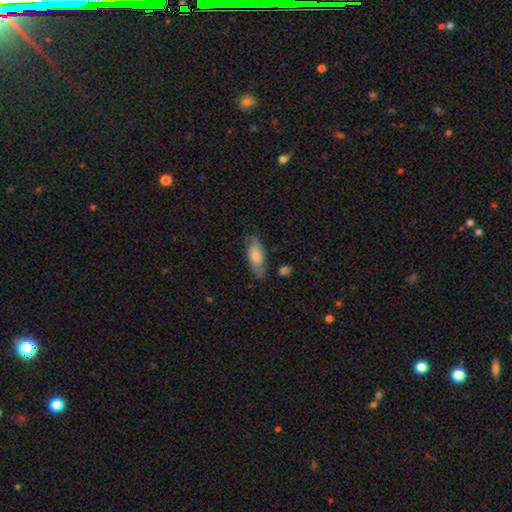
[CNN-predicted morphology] A smooth galaxy with no disk features (77%) that is in between round and cigar-shaped (76%).

Vote fractions:
- Smooth or featured? smooth: 77% / featured or disk: 17% / star or artifact: 6%
- How rounded? in between: 76% / cigar-shaped: 22% / round: 2%
- Merging? none: 72% / minor disturbance: 21% / major disturbance: 5% / merger: 3%